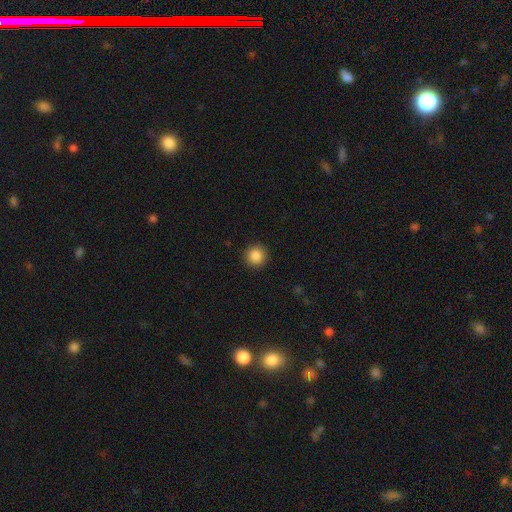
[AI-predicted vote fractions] This is clearly a smooth galaxy (87%). How rounded: clearly round (94%). Merging: clearly none (92%).